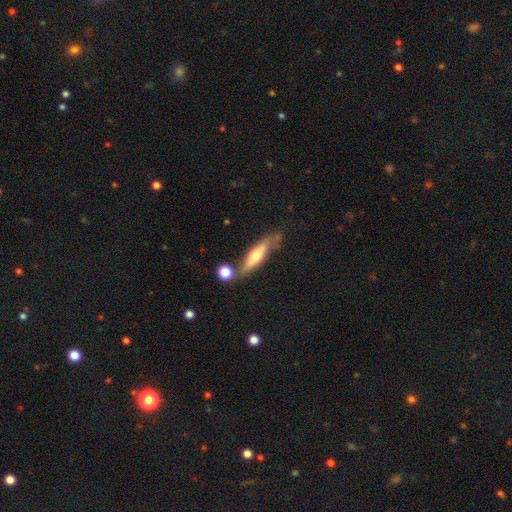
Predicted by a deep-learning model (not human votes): Smooth or featured? Predicted: featured or disk (p=0.47, tied with smooth). Merging? Predicted: none (p=0.59).